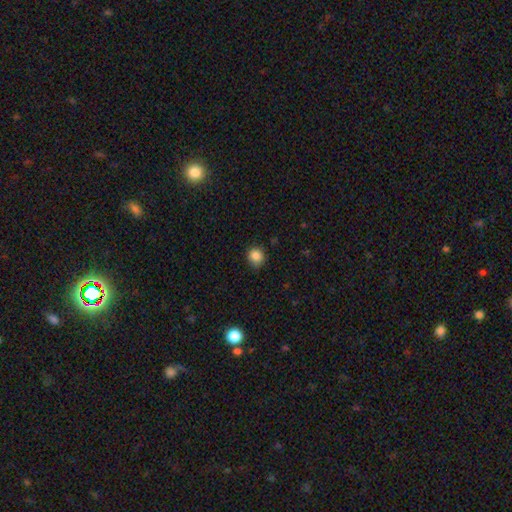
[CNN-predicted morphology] A smooth galaxy with no disk features (85%) that is round (81%). Merging: none (83%).